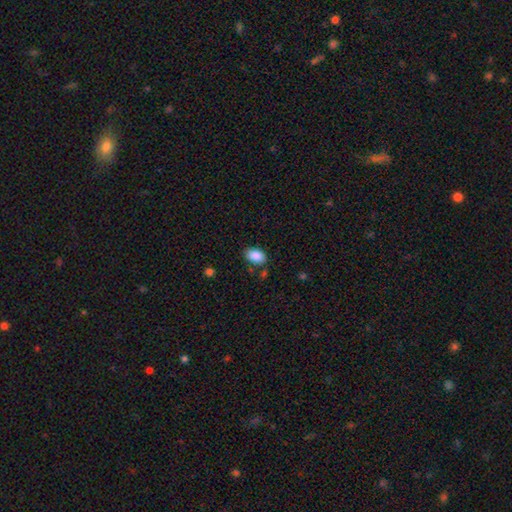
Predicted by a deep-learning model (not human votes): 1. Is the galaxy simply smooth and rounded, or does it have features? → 89% smooth, 8% star or artifact, 3% featured or disk.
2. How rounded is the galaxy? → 91% in between, 8% round, 1% cigar-shaped.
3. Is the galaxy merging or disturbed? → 80% none, 13% minor disturbance, 4% merger, 3% major disturbance.